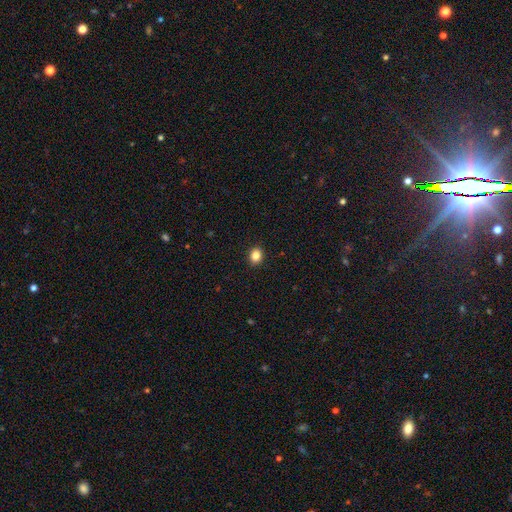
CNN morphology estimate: A smooth galaxy with no disk features (85%) that is round (61%). Merging: none (92%).